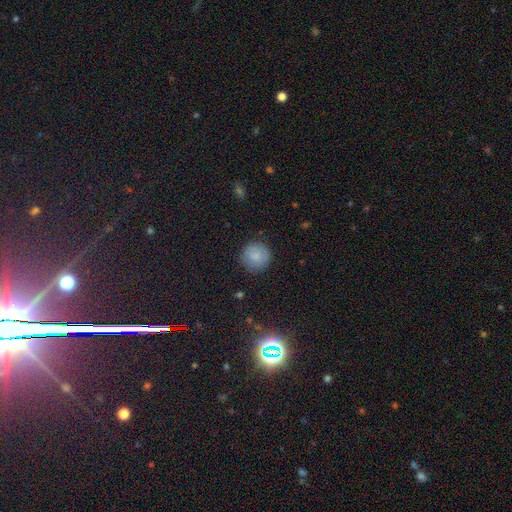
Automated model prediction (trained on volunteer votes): Smooth or featured? Predicted: smooth (p=0.82). How rounded? Predicted: round (p=0.94). Merging? Predicted: none (p=0.86).